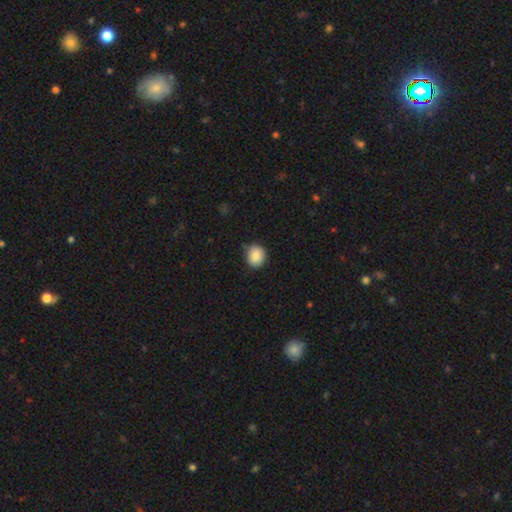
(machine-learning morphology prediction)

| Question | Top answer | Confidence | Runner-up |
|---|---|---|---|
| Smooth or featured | smooth | 88% | star or artifact (8%) |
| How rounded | round | 75% | in between (24%) |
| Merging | none | 83% | minor disturbance (13%) |